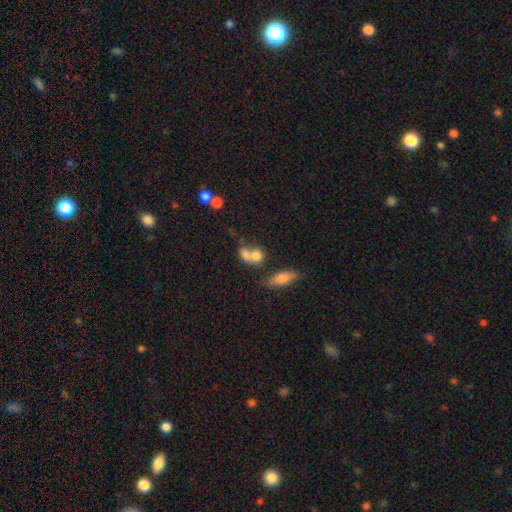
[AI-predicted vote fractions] Smooth or featured?
  - smooth: 74% *
  - featured or disk: 16%
  - star or artifact: 10%
How rounded?
  - round: 50% *
  - in between: 47%
  - cigar-shaped: 3%
Merging?
  - merger: 59% *
  - none: 27%
  - minor disturbance: 9%
  - major disturbance: 6%